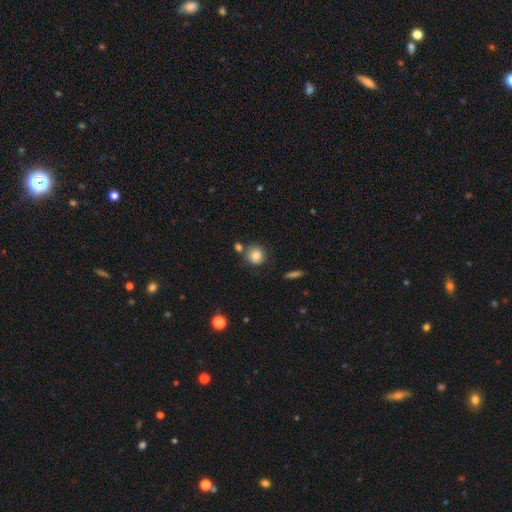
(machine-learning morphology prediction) smooth_or_featured: smooth (p=0.85) [alt: star or artifact p=0.09]
how_rounded: round (p=0.90) [alt: in between p=0.09]
merging: none (p=0.71) [alt: merger p=0.14]